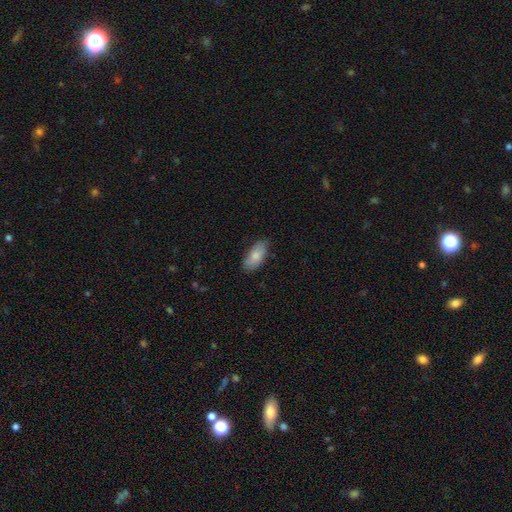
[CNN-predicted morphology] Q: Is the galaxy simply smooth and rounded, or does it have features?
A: smooth — 79%.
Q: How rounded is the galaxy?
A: in between — 89%.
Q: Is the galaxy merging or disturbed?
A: none — 75%.